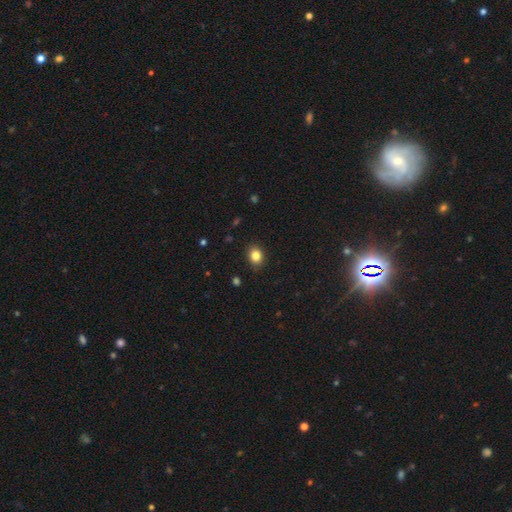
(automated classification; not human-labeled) This appears to be a smooth galaxy with no disk features (84%) that is round (54%). Merging: none (89%).